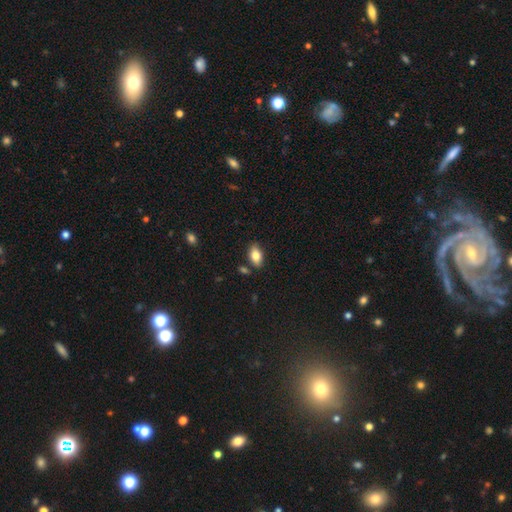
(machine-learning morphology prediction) The model was most divided on "merging": none: 81%, minor disturbance: 12%, merger: 4%, major disturbance: 2%. More confident: how rounded — in between (91%); smooth or featured — smooth (82%).